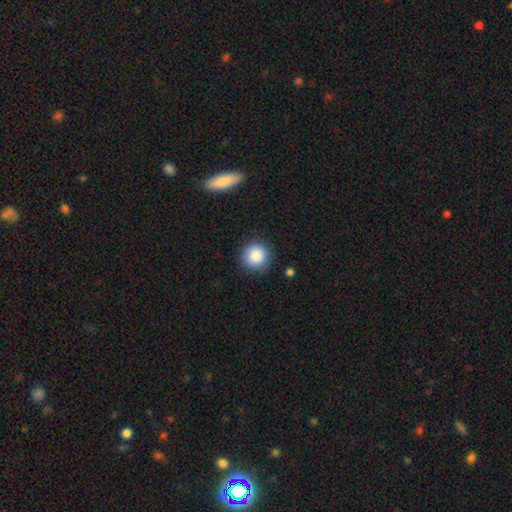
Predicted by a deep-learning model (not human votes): A smooth galaxy with no disk features (87%) that is round (94%).

Vote fractions:
- Smooth or featured? smooth: 87% / star or artifact: 9% / featured or disk: 5%
- How rounded? round: 94% / in between: 5% / cigar-shaped: 1%
- Merging? none: 88% / minor disturbance: 8% / major disturbance: 2% / merger: 1%